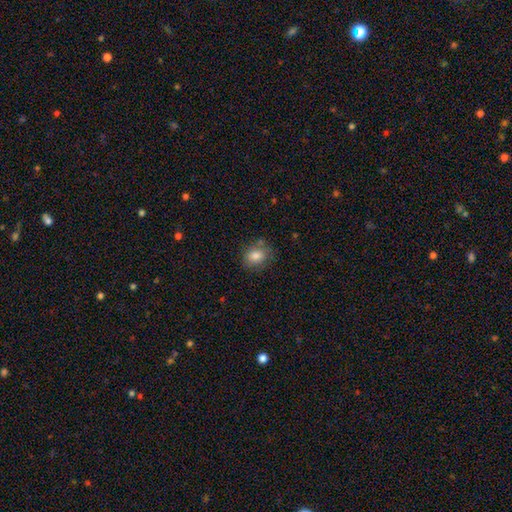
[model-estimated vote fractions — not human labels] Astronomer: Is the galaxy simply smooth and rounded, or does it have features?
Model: smooth — 83%.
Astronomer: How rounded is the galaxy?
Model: round — 51% (runner-up: in between, 48%).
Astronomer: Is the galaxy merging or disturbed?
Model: none — 76%.